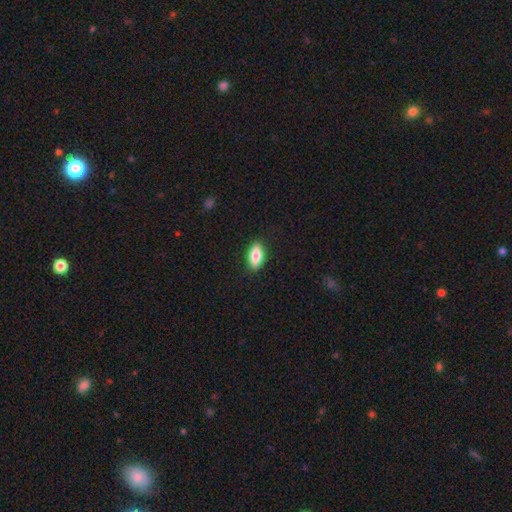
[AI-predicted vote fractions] This is clearly a smooth galaxy (80%). How rounded: clearly in between (85%). Merging: clearly none (88%).